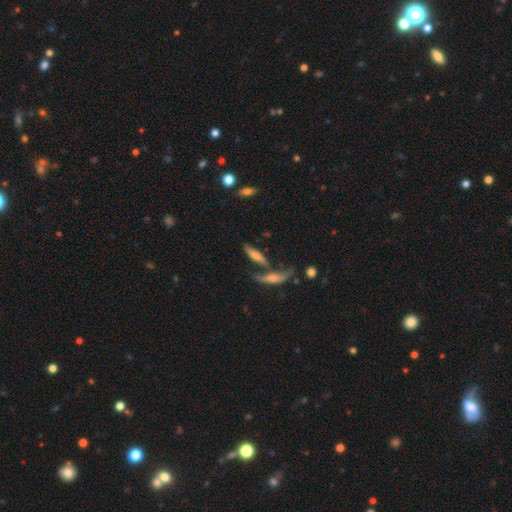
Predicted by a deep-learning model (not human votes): The model was most divided on "smooth or featured": smooth: 49%, featured or disk: 40%, star or artifact: 11%. Remaining: merging — none (46%).